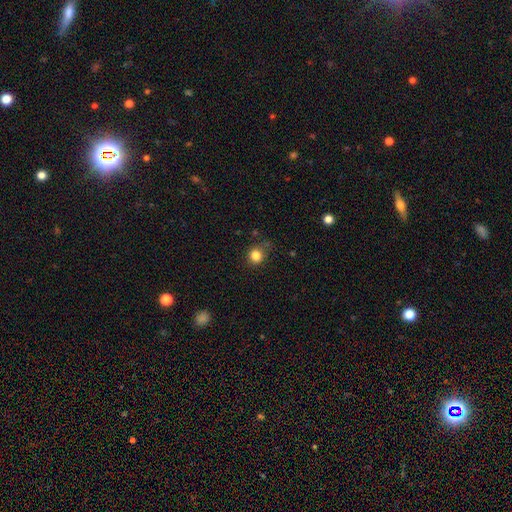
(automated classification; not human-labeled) The model was most divided on "merging": none: 75%, minor disturbance: 18%, major disturbance: 5%, merger: 2%. More confident: how rounded — round (86%); smooth or featured — smooth (83%).